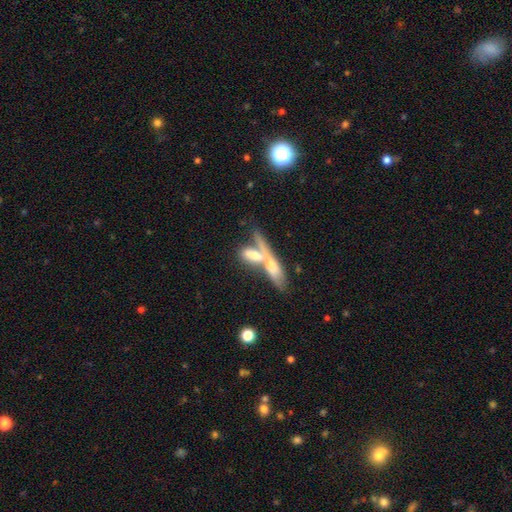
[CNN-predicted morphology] smooth-or-featured: smooth: 55% | featured or disk: 36% | star or artifact: 9%
  how-rounded: cigar-shaped: 54% | in between: 41% | round: 5%
  merging: merger: 60% | none: 25% | minor disturbance: 8% | major disturbance: 6%